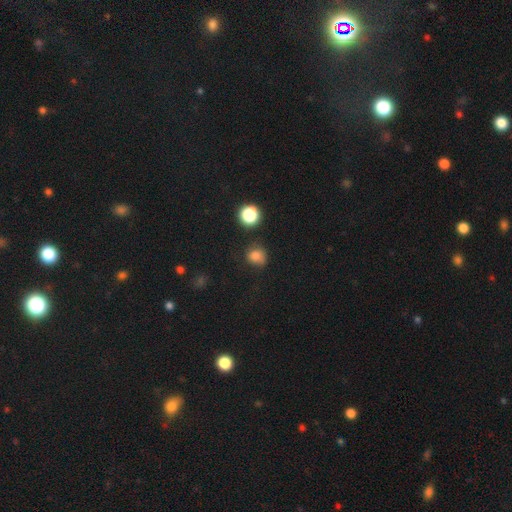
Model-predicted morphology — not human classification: smooth-or-featured: smooth: 78% | star or artifact: 16% | featured or disk: 6%
  how-rounded: round: 78% | in between: 21% | cigar-shaped: 1%
  merging: none: 66% | minor disturbance: 22% | major disturbance: 7% | merger: 5%